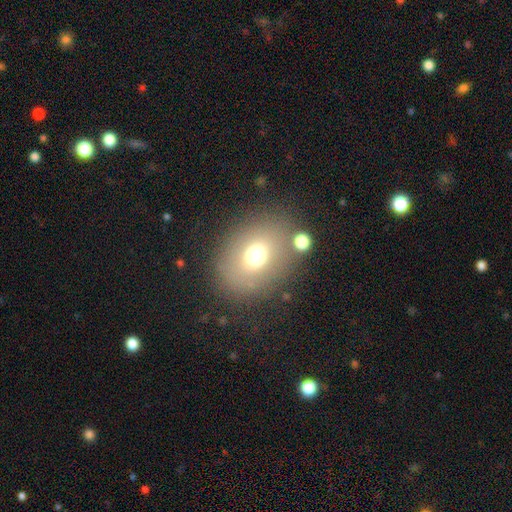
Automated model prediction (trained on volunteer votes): Q: Smooth or featured?
A: smooth (69%); runner-up: star or artifact (16%)
Q: How rounded?
A: round (53%); runner-up: in between (45%)
Q: Merging?
A: none (74%); runner-up: minor disturbance (11%)